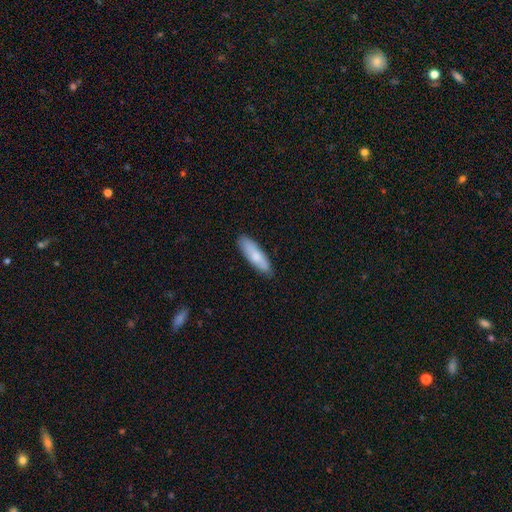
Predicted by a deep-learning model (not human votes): A smooth galaxy with no disk features (78%) that is cigar-shaped (65%). Merging: none (86%).